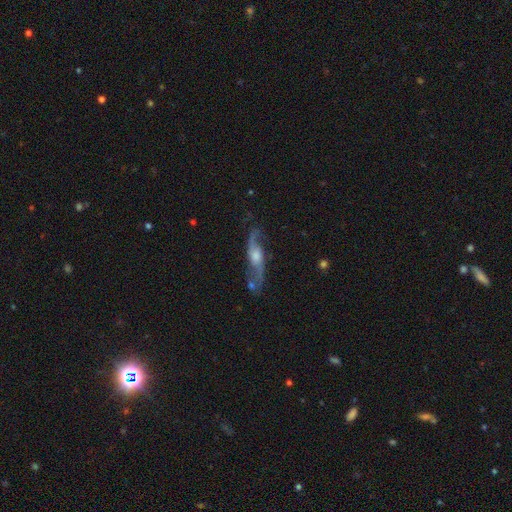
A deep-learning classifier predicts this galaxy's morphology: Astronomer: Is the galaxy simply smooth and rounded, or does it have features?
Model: featured or disk — 83%.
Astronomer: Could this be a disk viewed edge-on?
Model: no — 72%.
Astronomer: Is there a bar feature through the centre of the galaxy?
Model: no — 57% (runner-up: weak, 34%).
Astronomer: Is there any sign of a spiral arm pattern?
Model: yes — 94%.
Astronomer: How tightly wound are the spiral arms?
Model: loose — 67%.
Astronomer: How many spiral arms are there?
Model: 2 — 90%.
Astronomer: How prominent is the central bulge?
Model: moderate — 54%.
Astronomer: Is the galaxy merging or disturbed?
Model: none — 71%.